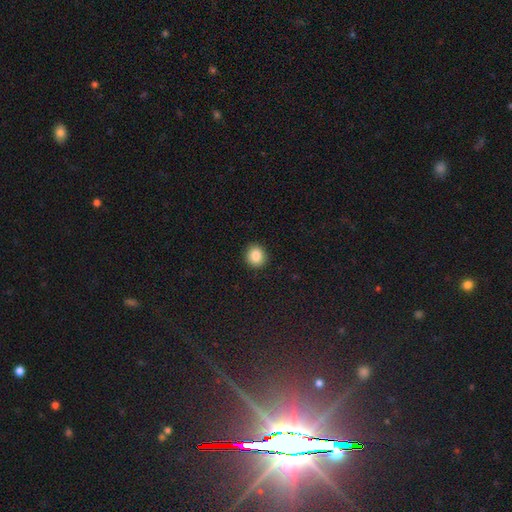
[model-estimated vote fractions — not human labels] This is clearly a smooth galaxy (86%). How rounded: clearly round (86%). Merging: clearly none (92%).